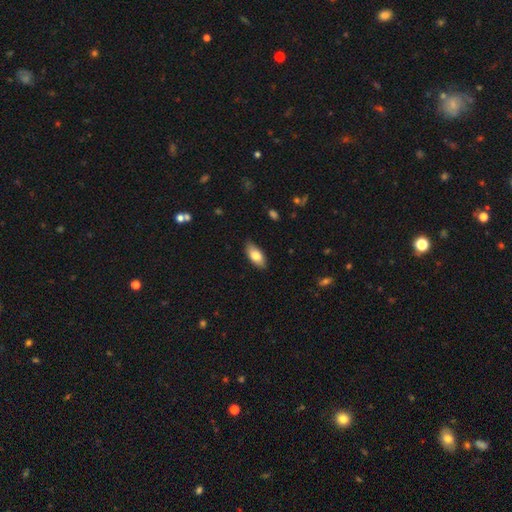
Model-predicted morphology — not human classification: smooth_or_featured: smooth (p=0.79) [alt: featured or disk p=0.15]
how_rounded: in between (p=0.89) [alt: cigar-shaped p=0.08]
merging: none (p=0.85) [alt: minor disturbance p=0.12]